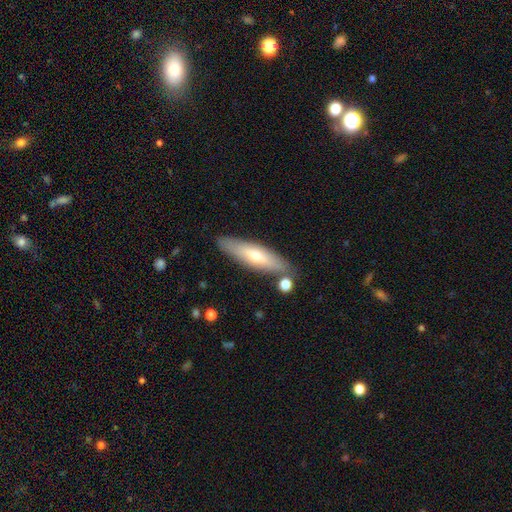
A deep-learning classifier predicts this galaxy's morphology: smooth_or_featured: smooth (p=0.59) [alt: featured or disk p=0.35]
how_rounded: cigar-shaped (p=0.69) [alt: in between p=0.29]
merging: none (p=0.81) [alt: minor disturbance p=0.12]